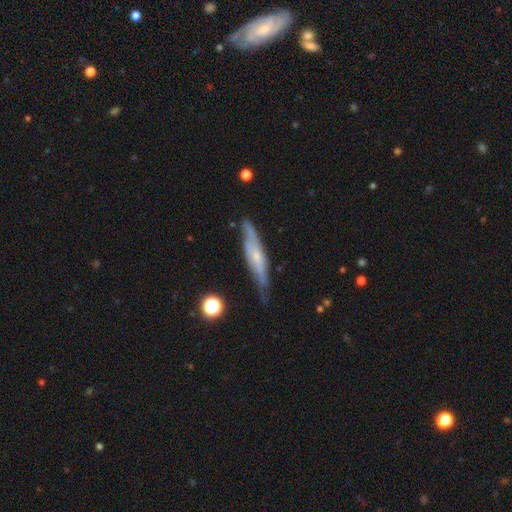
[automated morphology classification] A featured or disk galaxy (64%) viewed edge-on (73%).

Vote fractions:
- Smooth or featured? featured or disk: 64% / smooth: 30% / star or artifact: 6%
- Edge-on disk? yes: 73% / no: 27%
- Merging? none: 68% / minor disturbance: 24% / major disturbance: 6% / merger: 2%